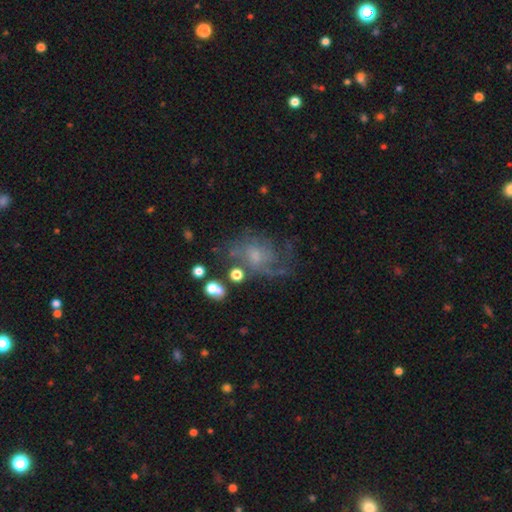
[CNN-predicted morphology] Overall: featured or disk (68%). Edge-on disk: no (97%). Bar: no (70%). Spiral arms: yes (82%). Spiral arm count: can't tell (39%; 2 27%). Spiral winding: medium (44%; tight 28%). Bulge size: small (46%; moderate 34%). Merging: none (54%; major disturbance 21%).